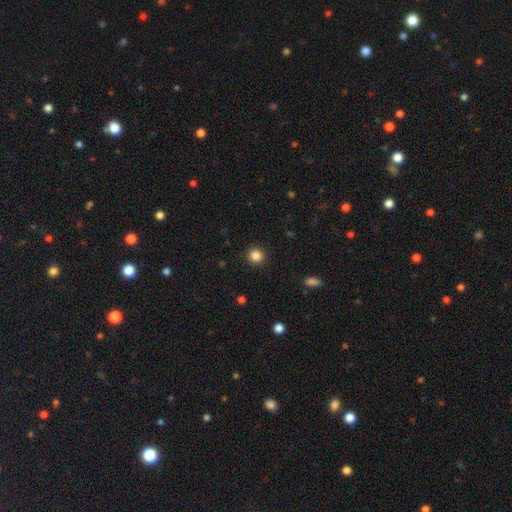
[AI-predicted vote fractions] This is clearly a smooth galaxy (86%). How rounded: clearly round (92%). Merging: clearly none (91%).